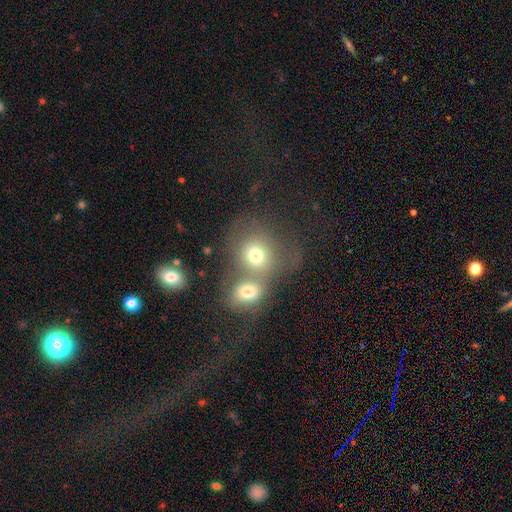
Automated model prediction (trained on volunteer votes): This appears to be a smooth galaxy with no disk features (71%) that is round (68%). Merging: merger (62%).